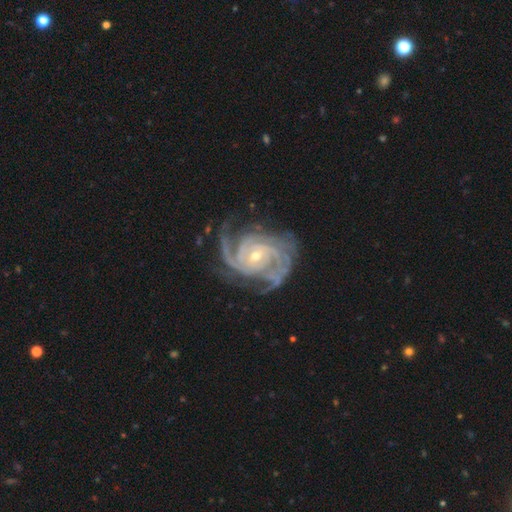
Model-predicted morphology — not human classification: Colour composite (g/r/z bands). It shows a featured or disk galaxy (93%) with no bar (60%), 3 (30%) tight (64%) spiral arms (98%) and a small central bulge (62%). Merging: none (69%).